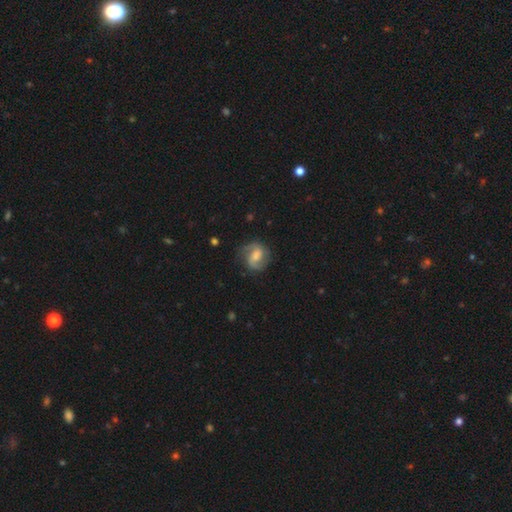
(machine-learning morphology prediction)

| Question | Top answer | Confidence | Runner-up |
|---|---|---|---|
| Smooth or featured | featured or disk | 69% | smooth (24%) |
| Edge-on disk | no | 98% | yes (2%) |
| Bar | weak | 50% | no (32%) |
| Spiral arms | yes | 93% | no (7%) |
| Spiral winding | medium | 48% | loose (28%) |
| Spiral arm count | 2 | 85% | can't tell (6%) |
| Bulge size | moderate | 38% | small (28%) |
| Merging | none | 73% | minor disturbance (17%) |